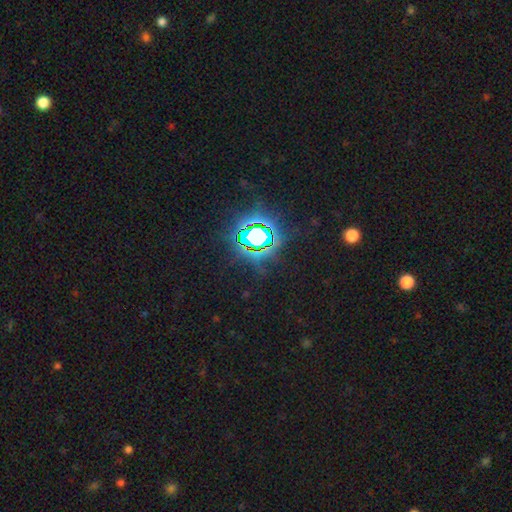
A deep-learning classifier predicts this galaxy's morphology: smooth_or_featured: star or artifact (p=0.83) [alt: smooth p=0.11]